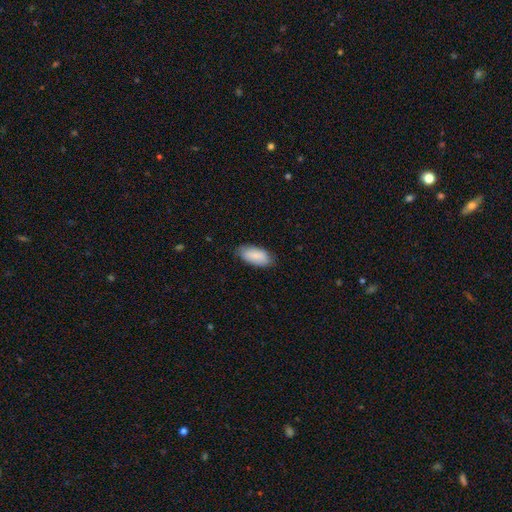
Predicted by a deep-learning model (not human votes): Morphology: type=smooth (84%); roundness=in between (91%); merging=none (79%).